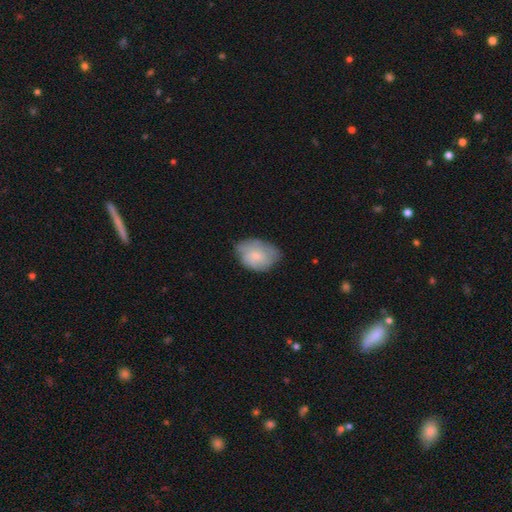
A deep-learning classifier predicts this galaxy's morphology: Smooth or featured?
  - smooth: 49% *
  - featured or disk: 44%
  - star or artifact: 7%
Merging?
  - none: 67% *
  - minor disturbance: 25%
  - major disturbance: 6%
  - merger: 1%